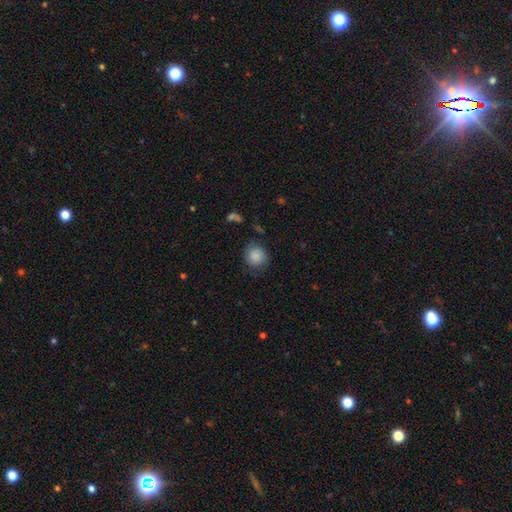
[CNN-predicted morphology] A smooth galaxy with no disk features (81%) that is round (85%). Merging: none (68%).